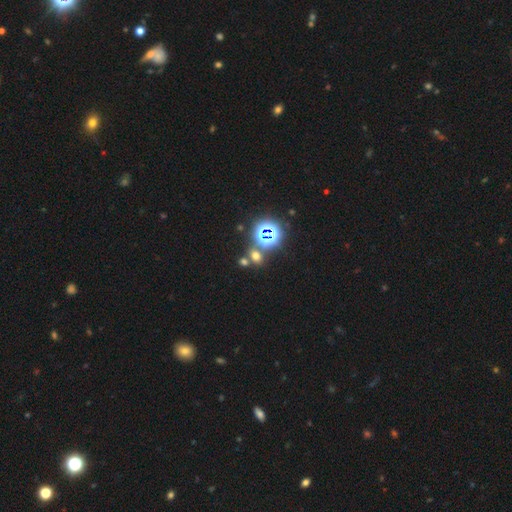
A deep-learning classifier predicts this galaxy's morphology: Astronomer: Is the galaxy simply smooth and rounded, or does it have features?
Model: smooth — 49% (runner-up: star or artifact, 42%).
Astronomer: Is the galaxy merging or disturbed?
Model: none — 64%.